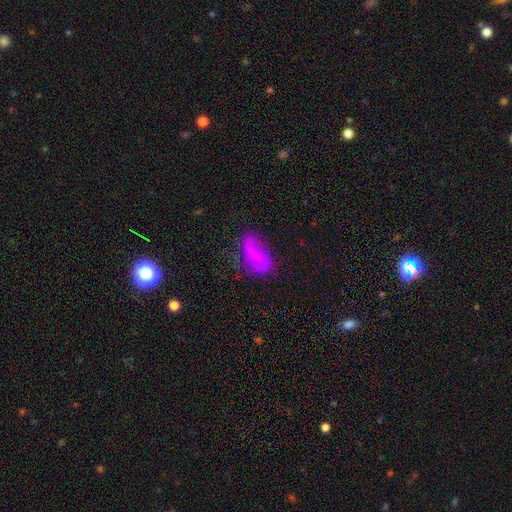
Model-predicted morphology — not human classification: Smooth or featured: featured or disk — 78% (smooth — 16%)
Edge-on disk: no — 95% (yes — 5%)
Bar: weak — 43% (strong — 29%)
Spiral arms: yes — 93% (no — 7%)
Spiral winding: loose — 61% (medium — 29%)
Spiral arm count: 2 — 90% (can't tell — 4%)
Bulge size: small — 55% (moderate — 38%)
Merging: none — 75% (minor disturbance — 17%)